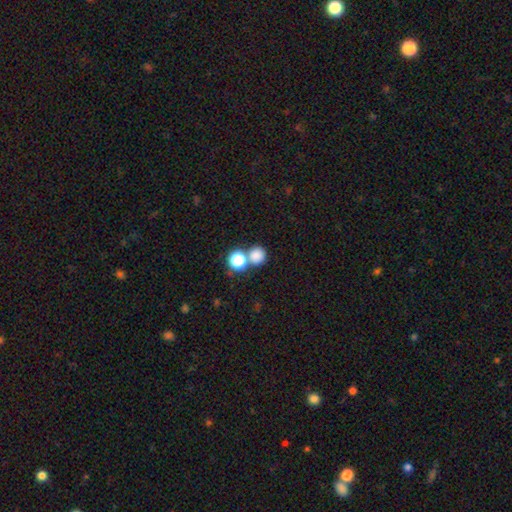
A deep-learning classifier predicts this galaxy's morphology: The model was most divided on "merging": none: 55%, merger: 35%, minor disturbance: 7%, major disturbance: 3%. More confident: how rounded — round (88%); smooth or featured — smooth (81%).